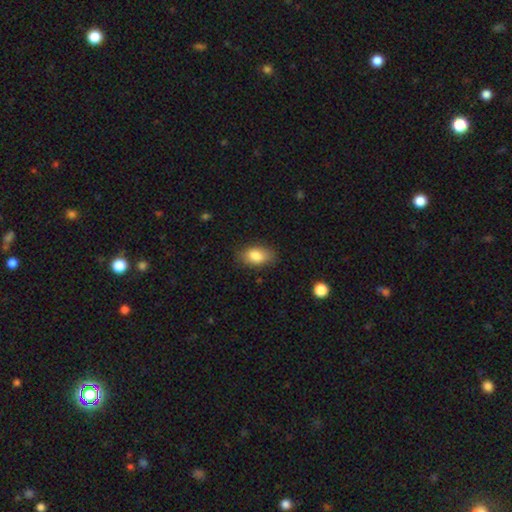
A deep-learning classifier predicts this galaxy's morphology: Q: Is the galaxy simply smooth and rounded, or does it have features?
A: smooth — 85%.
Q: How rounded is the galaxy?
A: in between — 90%.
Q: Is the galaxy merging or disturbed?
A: none — 82%.